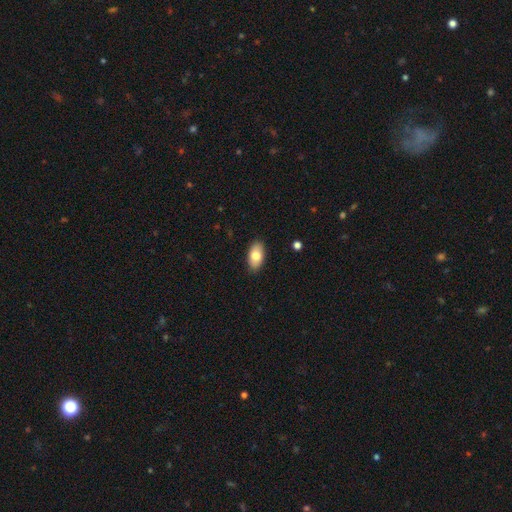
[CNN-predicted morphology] type=smooth (80%); roundness=in between (93%); merging=none (88%).